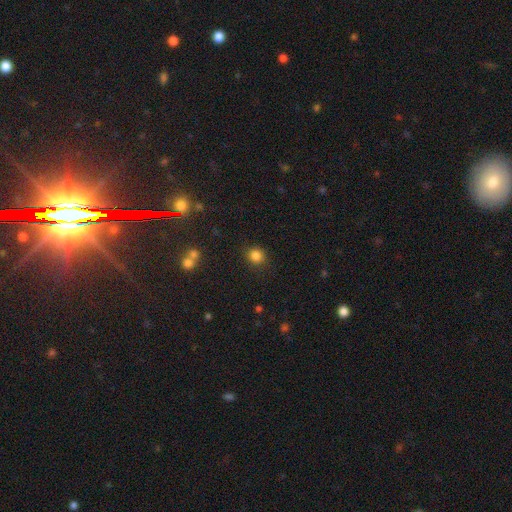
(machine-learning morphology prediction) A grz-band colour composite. It shows a smooth galaxy with no disk features (84%) that is round (88%). Merging: none (86%).